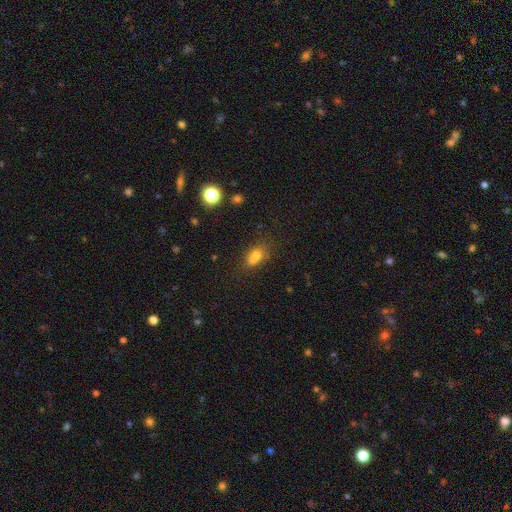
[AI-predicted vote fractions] Smooth or featured? Predicted: smooth (p=0.67). How rounded? Predicted: round (p=0.55). Merging? Predicted: merger (p=0.52).